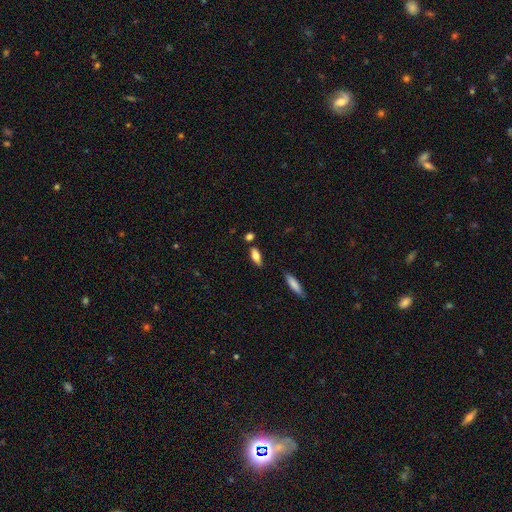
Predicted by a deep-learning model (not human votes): smooth 77%, featured or disk 15%, star or artifact 8%. Down the decision tree: how rounded — in between (72%); merging — none (73%).